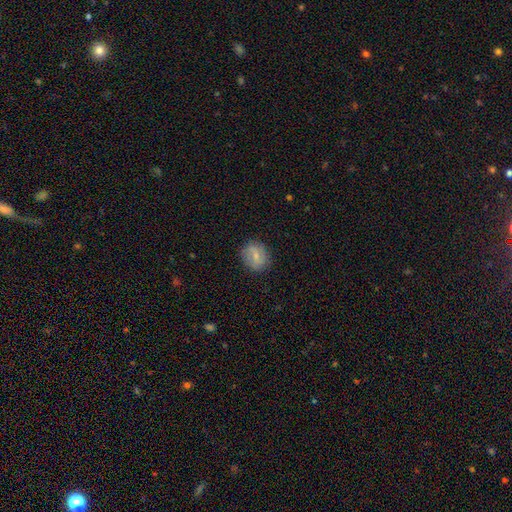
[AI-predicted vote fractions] Overall: smooth (58%; featured or disk 34%). How rounded: round (66%; in between 32%). Merging: none (83%).